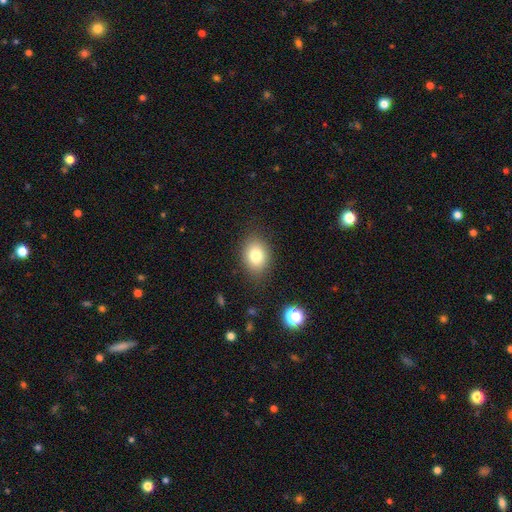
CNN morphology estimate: smooth_or_featured: smooth (p=0.80) [alt: star or artifact p=0.10]
how_rounded: in between (p=0.62) [alt: round p=0.37]
merging: none (p=0.84) [alt: minor disturbance p=0.11]